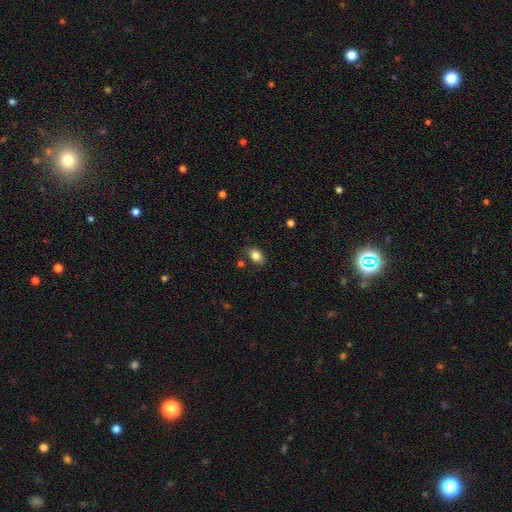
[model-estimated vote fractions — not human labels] smooth 83%, star or artifact 9%, featured or disk 8%. Down the decision tree: how rounded — in between (81%); merging — none (79%).